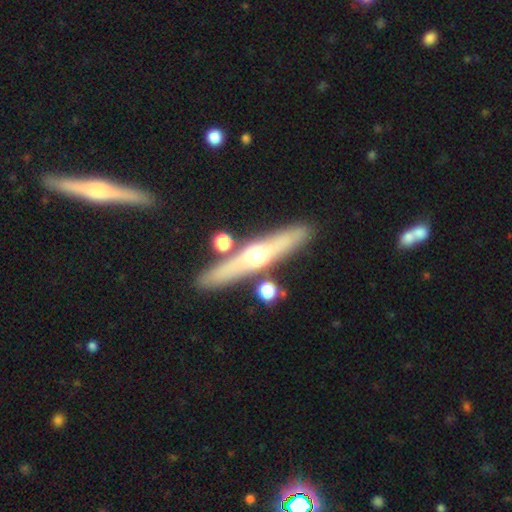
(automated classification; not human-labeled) Smooth or featured?
  - featured or disk: 60% *
  - smooth: 33%
  - star or artifact: 7%
Edge-on disk?
  - yes: 89% *
  - no: 11%
Edge-on bulge?
  - rounded: 90% *
  - none: 7%
  - boxy: 3%
Merging?
  - none: 83% *
  - minor disturbance: 8%
  - merger: 7%
  - major disturbance: 2%